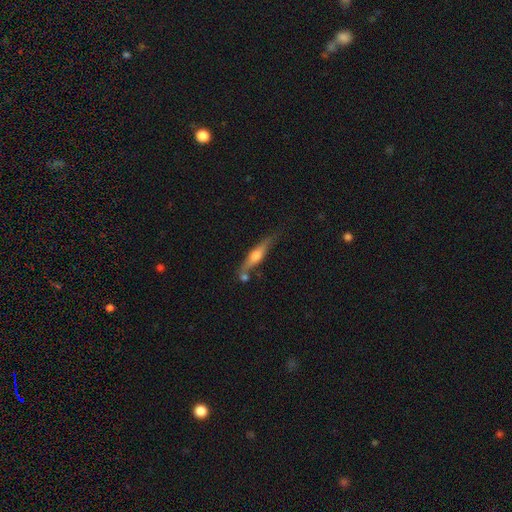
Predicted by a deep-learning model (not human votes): This is possibly a featured or disk galaxy (56%). It is clearly viewed edge-on (93%). Edge-on bulge: clearly rounded (88%). Merging: likely none (64%).